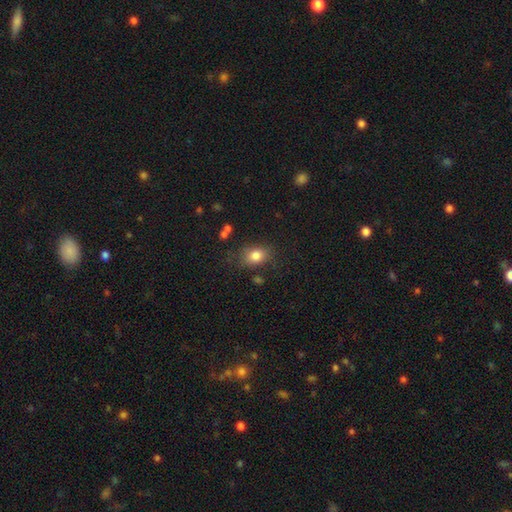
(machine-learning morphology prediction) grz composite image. It shows a smooth galaxy with no disk features (82%) that is in between round and cigar-shaped (69%). Merging: none (74%).